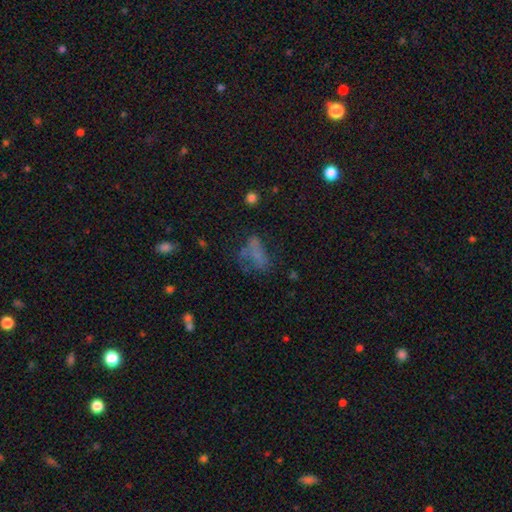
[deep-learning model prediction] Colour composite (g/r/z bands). It shows a smooth galaxy with no disk features (51%) that is in between round and cigar-shaped (80%). Merging: none (36%).